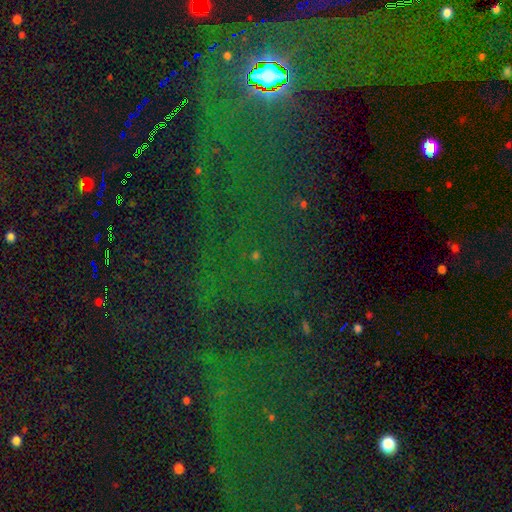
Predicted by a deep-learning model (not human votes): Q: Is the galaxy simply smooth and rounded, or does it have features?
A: star or artifact — 79%.